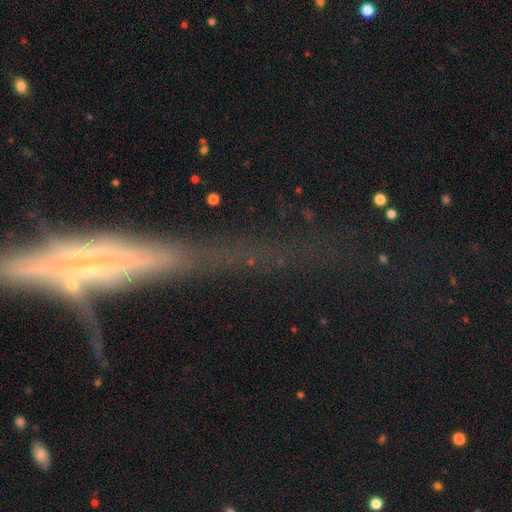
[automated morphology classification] Q: Smooth or featured?
A: featured or disk (48%); runner-up: star or artifact (30%)
Q: Merging?
A: none (42%); runner-up: major disturbance (24%)